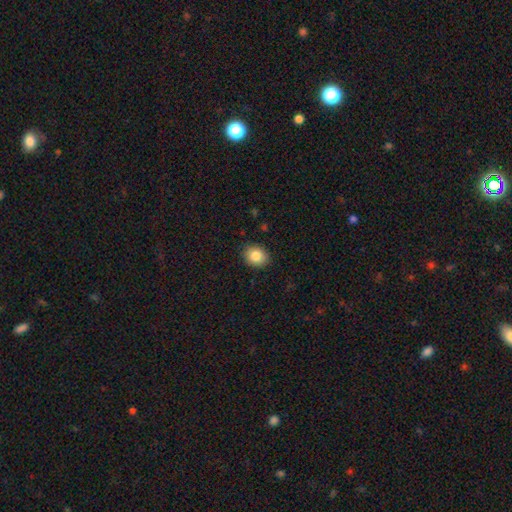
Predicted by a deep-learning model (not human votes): Smooth or featured? smooth (84%)
How rounded? round (58%)
Merging? none (89%)